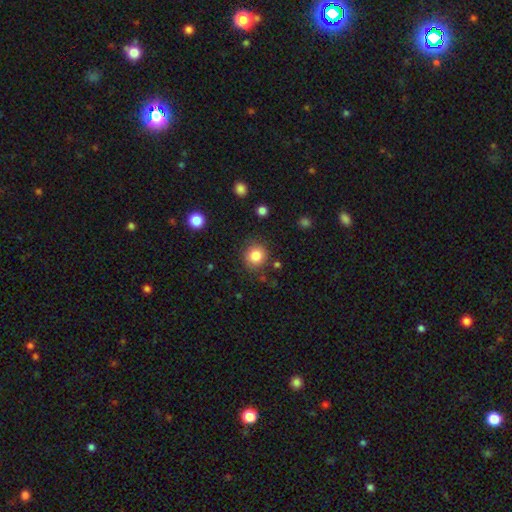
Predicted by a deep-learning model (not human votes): Smooth or featured?
  - smooth: 83% *
  - star or artifact: 10%
  - featured or disk: 6%
How rounded?
  - round: 89% *
  - in between: 10%
  - cigar-shaped: 1%
Merging?
  - none: 84% *
  - minor disturbance: 10%
  - major disturbance: 4%
  - merger: 3%